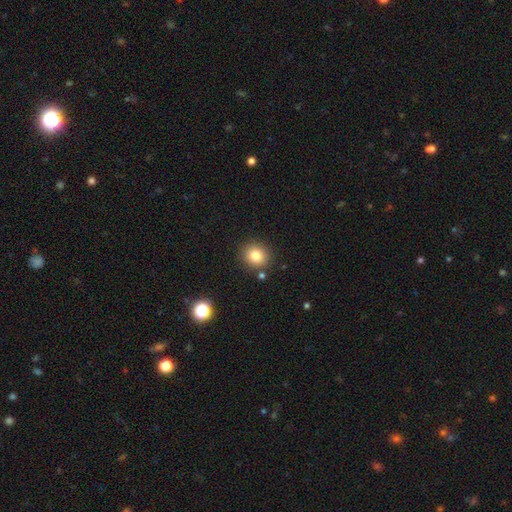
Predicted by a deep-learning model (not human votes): Morphology: type=smooth (82%); roundness=round (82%); merging=none (85%).